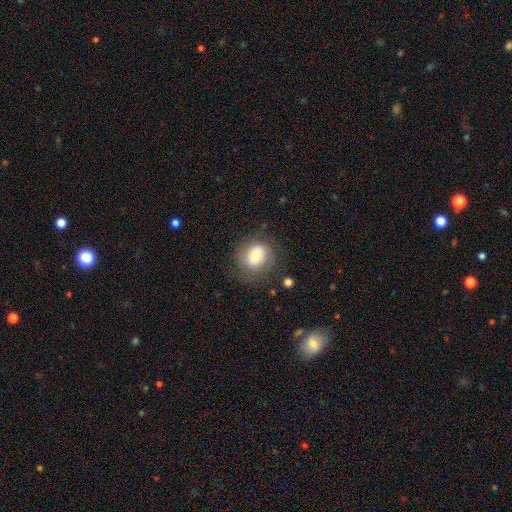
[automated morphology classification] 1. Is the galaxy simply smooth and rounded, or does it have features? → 71% smooth, 19% featured or disk, 9% star or artifact.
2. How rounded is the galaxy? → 73% round, 26% in between, 1% cigar-shaped.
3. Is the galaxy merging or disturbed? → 71% none, 17% minor disturbance, 9% major disturbance, 2% merger.